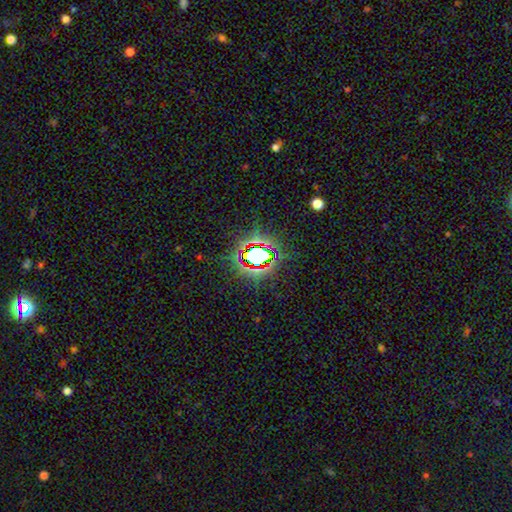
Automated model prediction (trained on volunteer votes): Smooth or featured?
  - star or artifact: 72% *
  - smooth: 17%
  - featured or disk: 10%